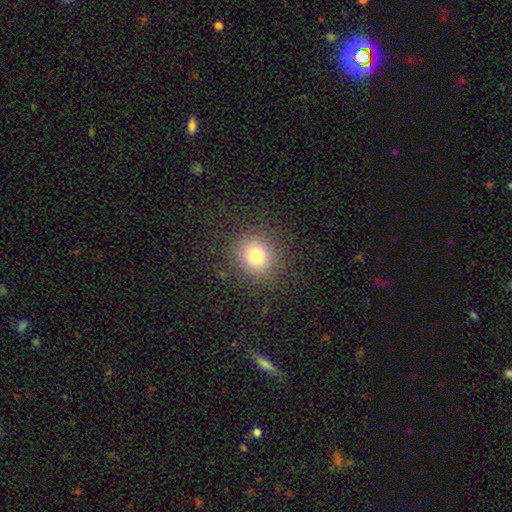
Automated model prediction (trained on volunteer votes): Morphology: type=smooth (76%); roundness=round (85%); merging=none (85%).